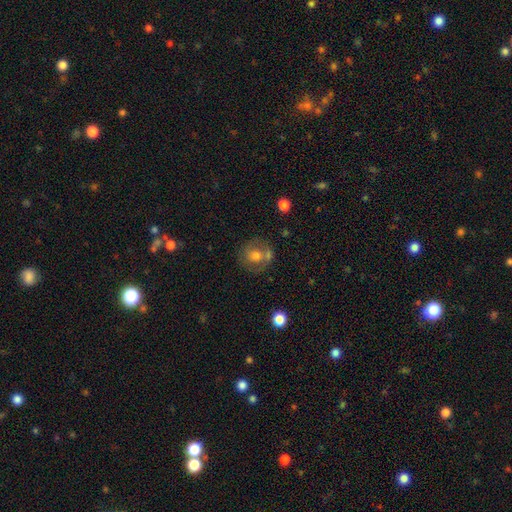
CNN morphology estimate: smooth_or_featured: smooth (p=0.55) [alt: featured or disk p=0.37]
how_rounded: round (p=0.83) [alt: in between p=0.16]
merging: none (p=0.55) [alt: merger p=0.20]